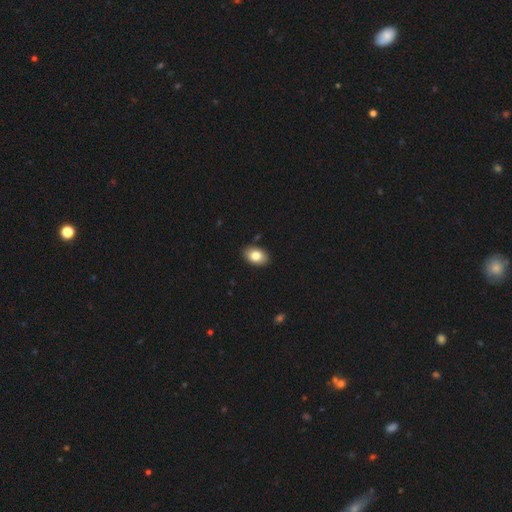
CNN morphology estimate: This appears to be a smooth galaxy with no disk features (82%) that is in between round and cigar-shaped (86%). Merging: none (89%).